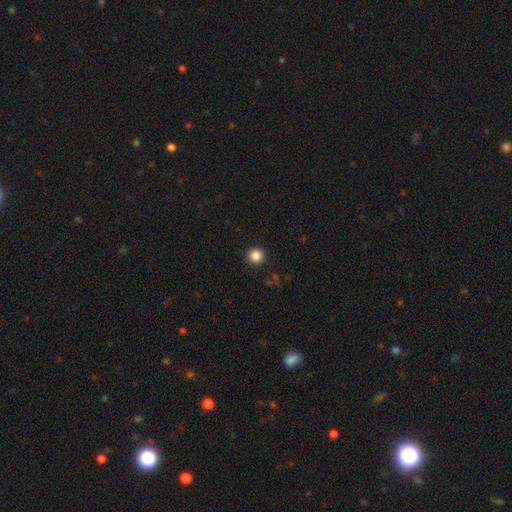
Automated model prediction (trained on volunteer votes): This is clearly a smooth galaxy (85%). How rounded: clearly round (96%). Merging: clearly none (93%).